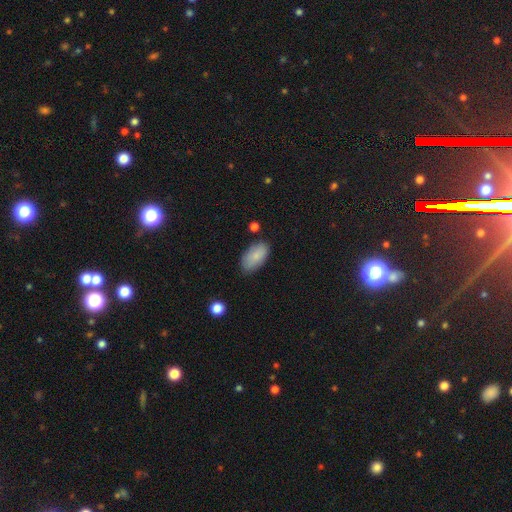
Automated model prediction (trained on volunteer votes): A smooth galaxy with no disk features (84%) that is in between round and cigar-shaped (94%).

Vote fractions:
- Smooth or featured? smooth: 84% / featured or disk: 9% / star or artifact: 7%
- How rounded? in between: 94% / round: 3% / cigar-shaped: 2%
- Merging? none: 78% / minor disturbance: 16% / major disturbance: 3% / merger: 2%